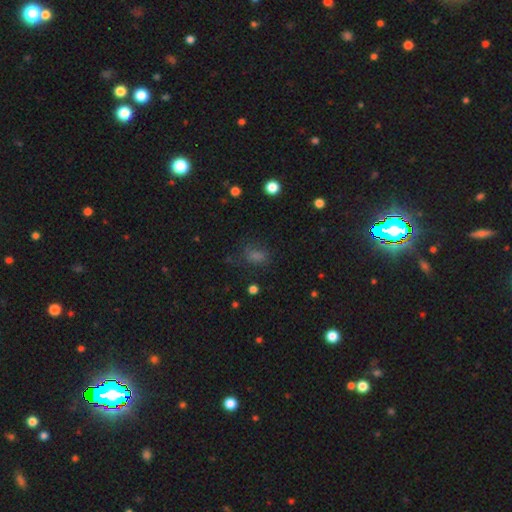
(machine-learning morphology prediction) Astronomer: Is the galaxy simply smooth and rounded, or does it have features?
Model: smooth — 54% (runner-up: star or artifact, 35%).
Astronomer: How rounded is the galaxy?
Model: in between — 65%.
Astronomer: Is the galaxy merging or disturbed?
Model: none — 65%.